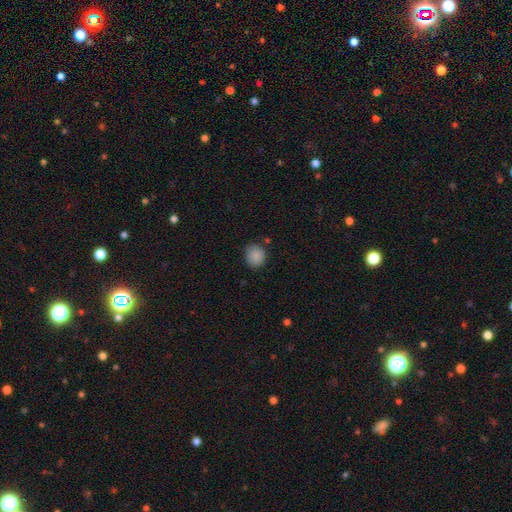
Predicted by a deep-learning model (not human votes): Smooth or featured? smooth (88%)
How rounded? round (79%)
Merging? none (81%)